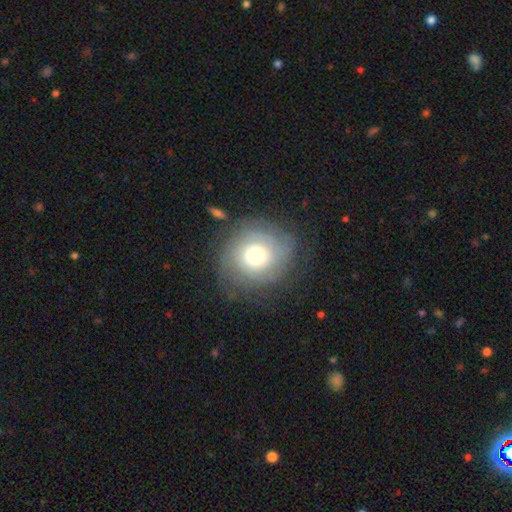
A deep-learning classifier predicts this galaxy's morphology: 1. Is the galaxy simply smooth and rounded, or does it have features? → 61% featured or disk, 31% smooth, 8% star or artifact.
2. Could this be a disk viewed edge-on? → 97% no, 3% yes.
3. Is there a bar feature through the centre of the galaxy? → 84% no, 13% weak, 3% strong.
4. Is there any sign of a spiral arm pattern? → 84% yes, 16% no.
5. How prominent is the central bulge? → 58% moderate, 23% large, 14% small, 3% dominant, 1% none.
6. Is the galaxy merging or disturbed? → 74% none, 15% minor disturbance, 9% major disturbance, 2% merger.